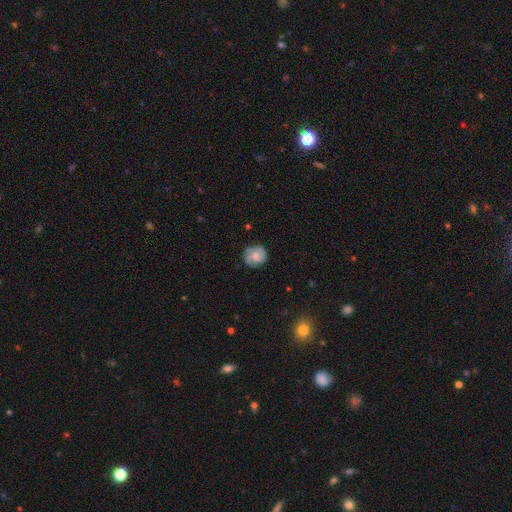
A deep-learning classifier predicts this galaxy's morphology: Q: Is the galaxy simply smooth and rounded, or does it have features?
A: smooth — 55%.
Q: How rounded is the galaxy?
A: round — 79%.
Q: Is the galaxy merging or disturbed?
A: none — 74%.